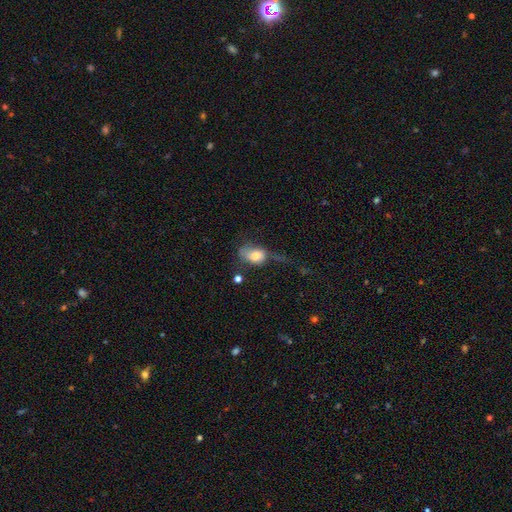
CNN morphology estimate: The model was most divided on "merging": major disturbance: 39%, minor disturbance: 29%, none: 26%, merger: 6%. More confident: how rounded — in between (72%); smooth or featured — smooth (70%).